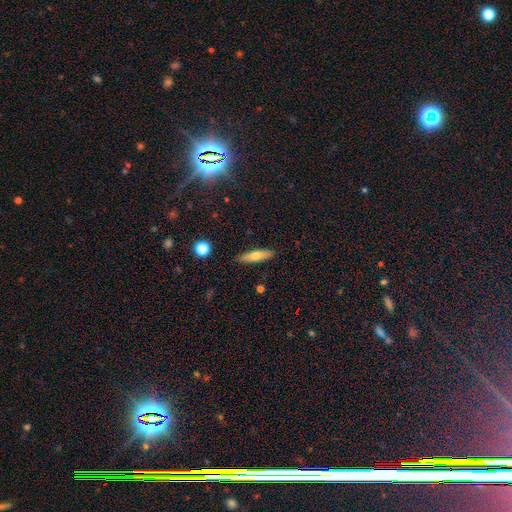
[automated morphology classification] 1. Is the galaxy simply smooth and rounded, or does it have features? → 63% smooth, 30% featured or disk, 7% star or artifact.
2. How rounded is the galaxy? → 70% cigar-shaped, 28% in between, 2% round.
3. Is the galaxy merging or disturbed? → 89% none, 8% minor disturbance, 2% major disturbance, 1% merger.